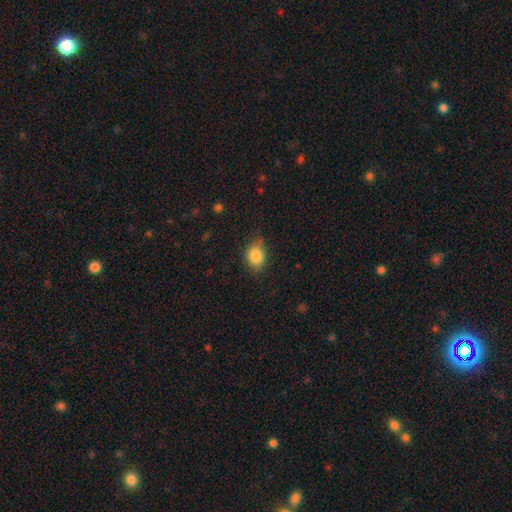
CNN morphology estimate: A smooth galaxy with no disk features (86%) that is in between round and cigar-shaped (56%). Merging: none (75%).